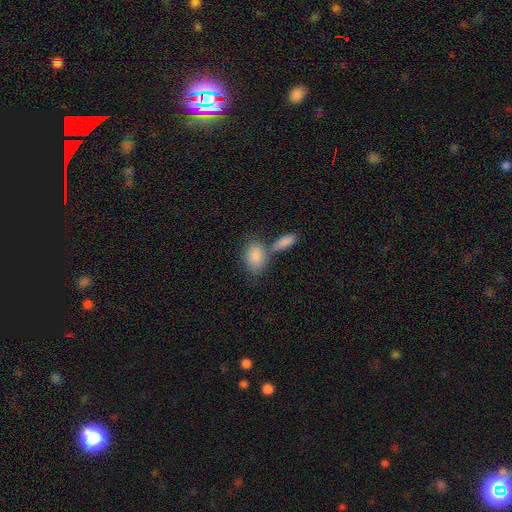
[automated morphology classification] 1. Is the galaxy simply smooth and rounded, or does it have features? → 86% smooth, 7% featured or disk, 6% star or artifact.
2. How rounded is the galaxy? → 84% in between, 13% round, 3% cigar-shaped.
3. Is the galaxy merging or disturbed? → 46% none, 37% merger, 12% minor disturbance, 5% major disturbance.